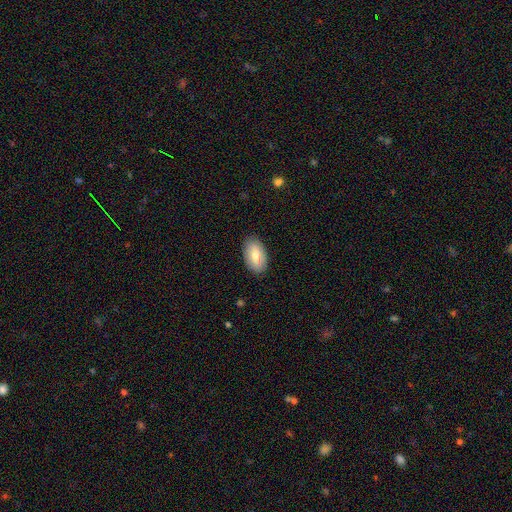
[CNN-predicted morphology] Smooth or featured? smooth (73%)
How rounded? in between (94%)
Merging? none (85%)